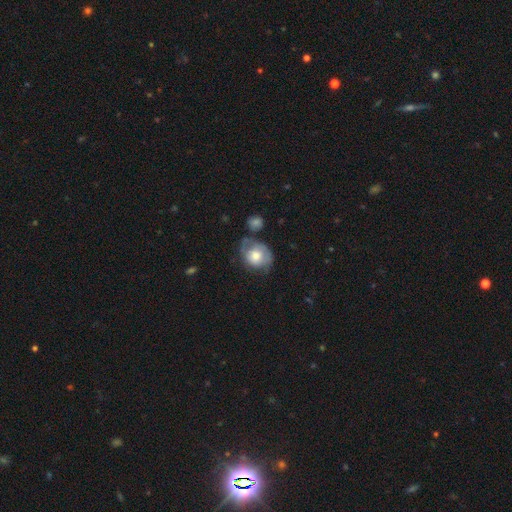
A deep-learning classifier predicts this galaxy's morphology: smooth-or-featured: smooth: 63% | featured or disk: 30% | star or artifact: 7%
  how-rounded: round: 61% | in between: 38% | cigar-shaped: 1%
  merging: none: 43% | minor disturbance: 31% | major disturbance: 16% | merger: 10%